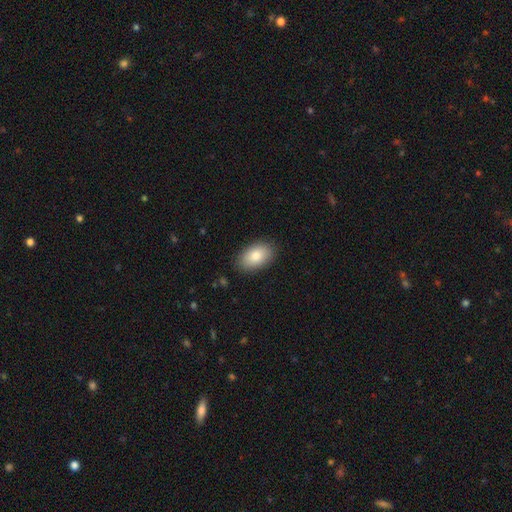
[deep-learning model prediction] smooth_or_featured: smooth (p=0.83) [alt: featured or disk p=0.10]
how_rounded: in between (p=0.92) [alt: round p=0.07]
merging: none (p=0.88) [alt: minor disturbance p=0.09]